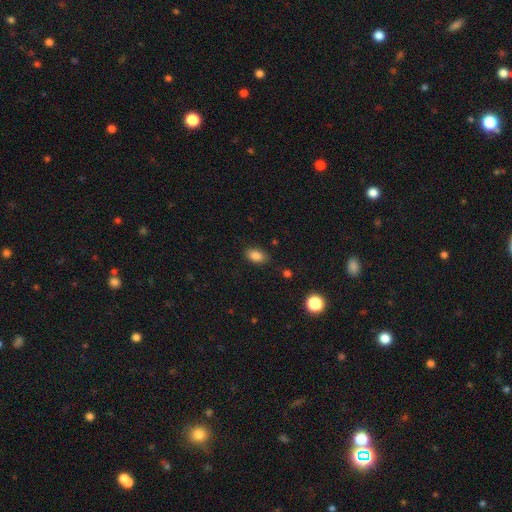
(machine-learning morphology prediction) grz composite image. It shows a smooth galaxy with no disk features (85%) that is in between round and cigar-shaped (89%). Merging: none (83%).